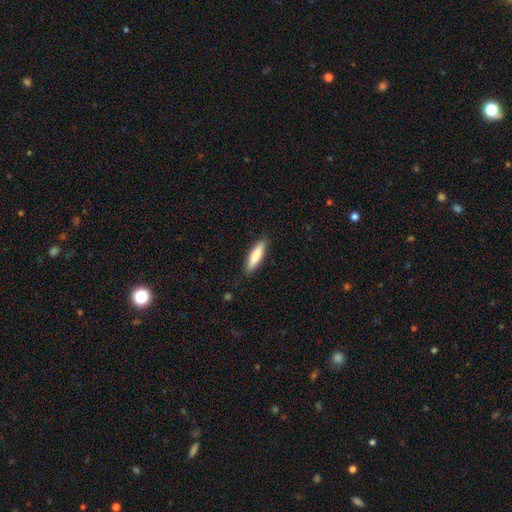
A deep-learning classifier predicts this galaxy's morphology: Smooth or featured? Predicted: smooth (p=0.79). How rounded? Predicted: cigar-shaped (p=0.71). Merging? Predicted: none (p=0.88).